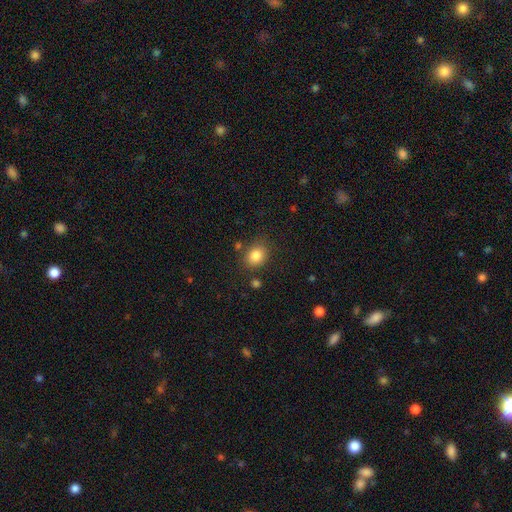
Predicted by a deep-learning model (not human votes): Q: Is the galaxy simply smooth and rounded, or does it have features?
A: smooth — 83%.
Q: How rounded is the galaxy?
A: round — 55%.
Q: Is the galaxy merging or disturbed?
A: none — 80%.